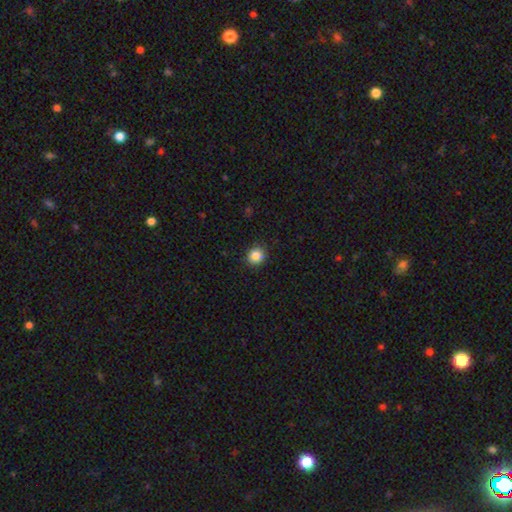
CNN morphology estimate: Smooth or featured? Predicted: smooth (p=0.85). How rounded? Predicted: round (p=0.81). Merging? Predicted: none (p=0.87).